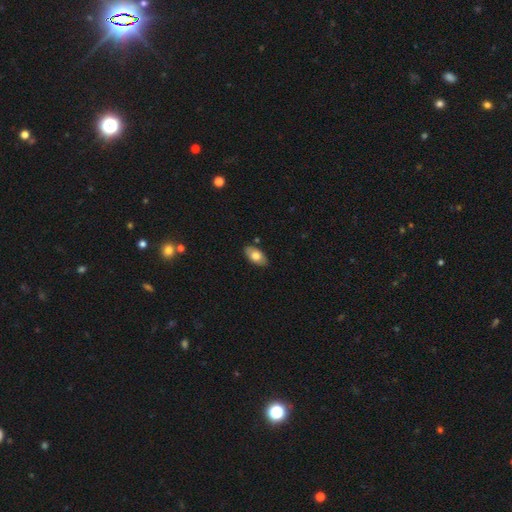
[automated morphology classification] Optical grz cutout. It shows a smooth galaxy with no disk features (74%) that is in between round and cigar-shaped (94%). Merging: none (86%).